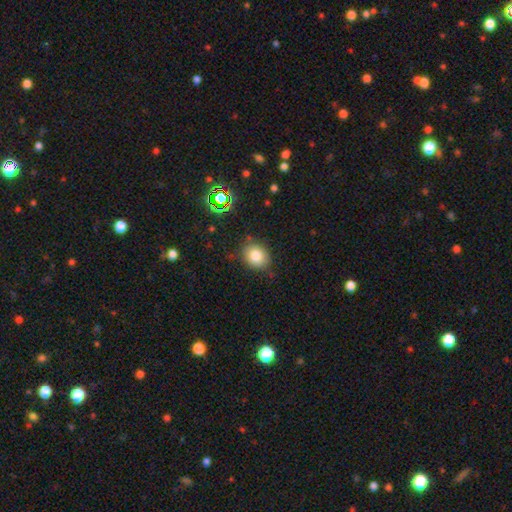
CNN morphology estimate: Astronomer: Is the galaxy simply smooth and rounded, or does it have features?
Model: smooth — 79%.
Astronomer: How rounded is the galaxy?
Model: round — 57% (runner-up: in between, 42%).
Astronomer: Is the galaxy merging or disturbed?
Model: none — 77%.